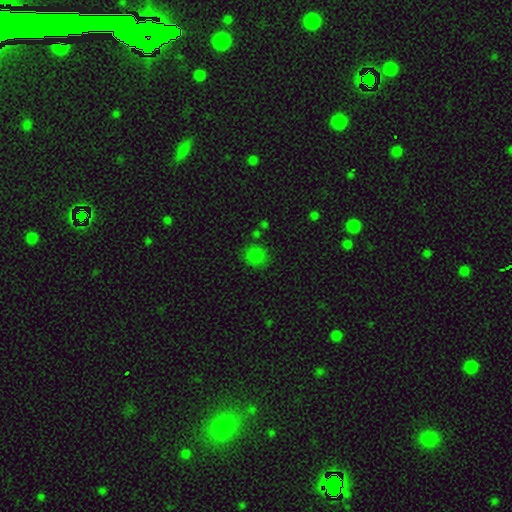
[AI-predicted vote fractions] smooth_or_featured: smooth (p=0.82) [alt: star or artifact p=0.14]
how_rounded: round (p=0.81) [alt: in between p=0.18]
merging: none (p=0.81) [alt: minor disturbance p=0.12]